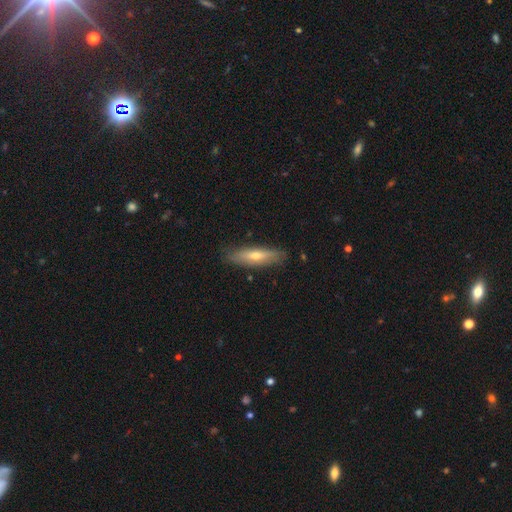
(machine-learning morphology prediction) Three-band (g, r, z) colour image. It shows a smooth galaxy with no disk features (50%). Merging: none (85%).